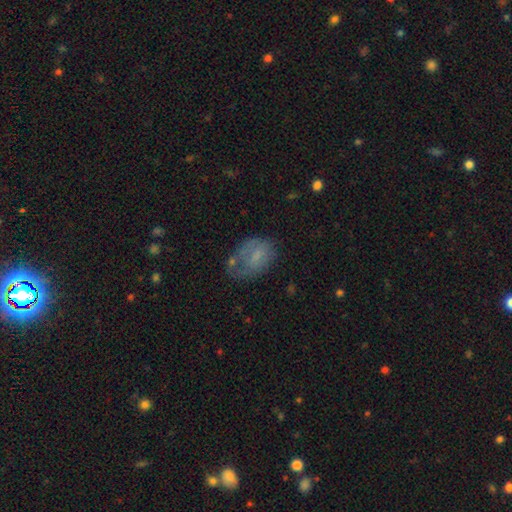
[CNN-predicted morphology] smooth 57%, featured or disk 33%, star or artifact 10%. Down the decision tree: how rounded — in between (80%); merging — none (38%).